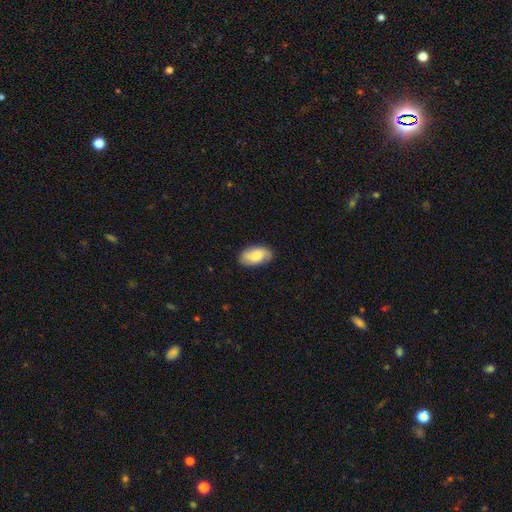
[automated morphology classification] Q: Smooth or featured?
A: smooth (79%); runner-up: featured or disk (15%)
Q: How rounded?
A: in between (94%); runner-up: round (4%)
Q: Merging?
A: none (83%); runner-up: minor disturbance (13%)